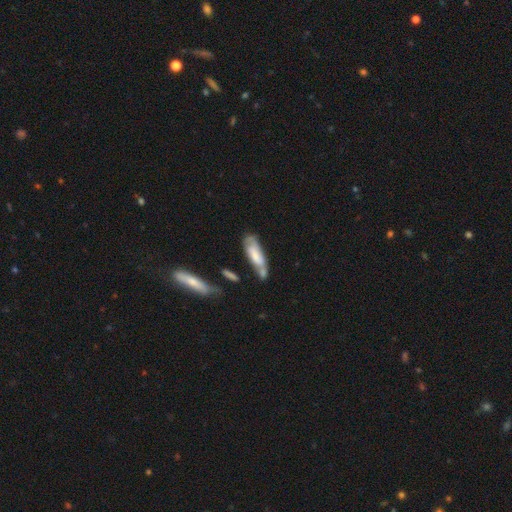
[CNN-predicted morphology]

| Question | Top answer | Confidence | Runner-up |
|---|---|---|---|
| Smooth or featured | smooth | 59% | featured or disk (34%) |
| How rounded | in between | 53% | cigar-shaped (46%) |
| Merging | none | 37% | merger (30%) |